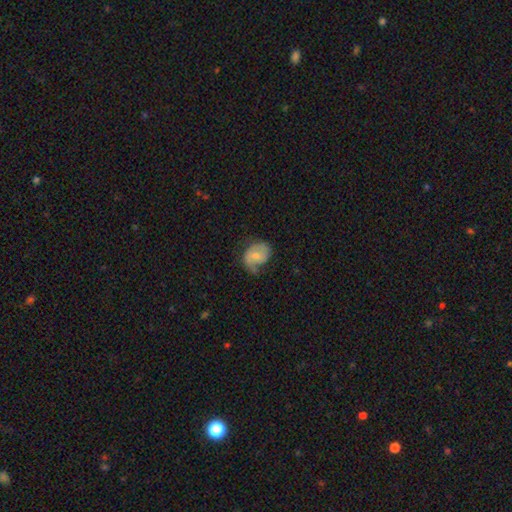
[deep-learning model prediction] This appears to be a smooth galaxy with no disk features (49%). Merging: none (43%).